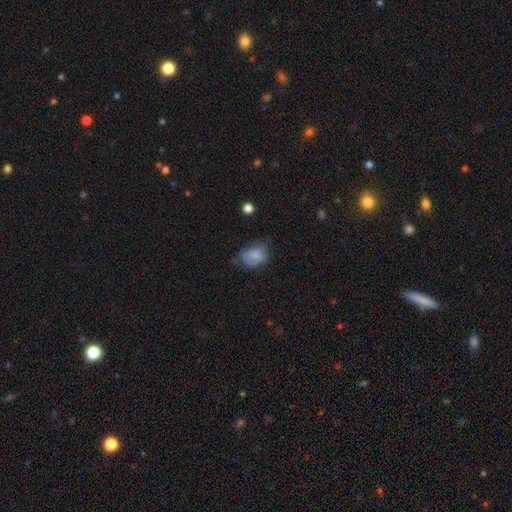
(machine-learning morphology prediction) smooth-or-featured: smooth: 70% | featured or disk: 19% | star or artifact: 10%
  how-rounded: in between: 69% | round: 30% | cigar-shaped: 1%
  merging: none: 37% | minor disturbance: 36% | major disturbance: 23% | merger: 3%